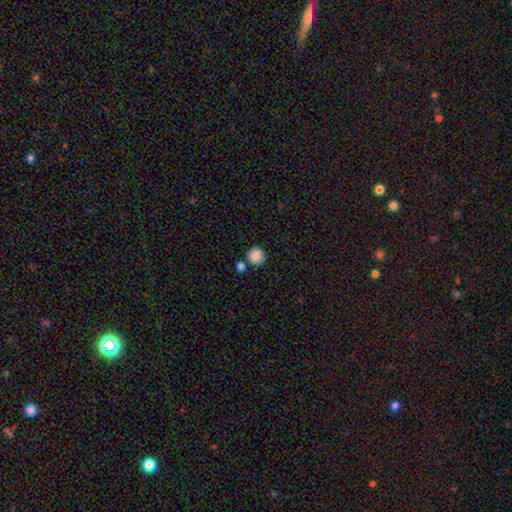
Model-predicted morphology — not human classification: Overall: smooth (87%). How rounded: round (94%). Merging: none (80%).